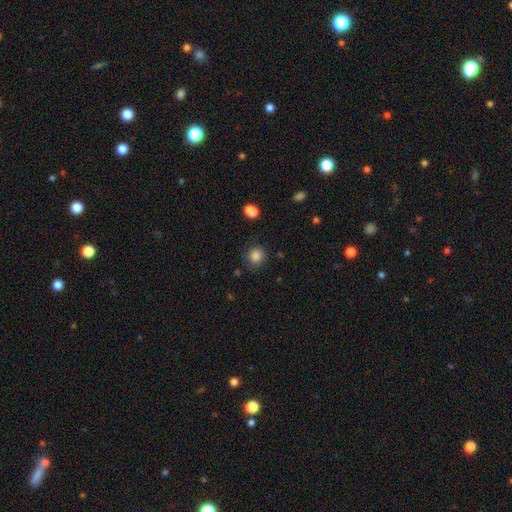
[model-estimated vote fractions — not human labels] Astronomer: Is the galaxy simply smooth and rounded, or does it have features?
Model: smooth — 84%.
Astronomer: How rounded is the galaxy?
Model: round — 87%.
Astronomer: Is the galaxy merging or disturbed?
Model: none — 81%.